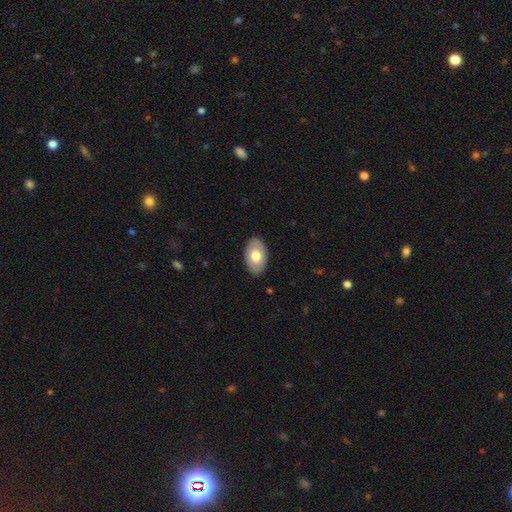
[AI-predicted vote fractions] Smooth or featured?
  - smooth: 69% *
  - featured or disk: 26%
  - star or artifact: 6%
How rounded?
  - in between: 92% *
  - round: 7%
  - cigar-shaped: 1%
Merging?
  - none: 87% *
  - minor disturbance: 10%
  - major disturbance: 2%
  - merger: 1%